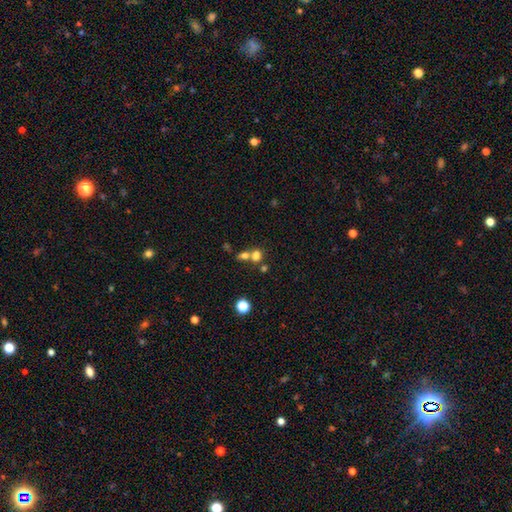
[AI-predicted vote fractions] Overall: smooth (73%). How rounded: round (57%; in between 41%). Merging: merger (52%; none 37%).